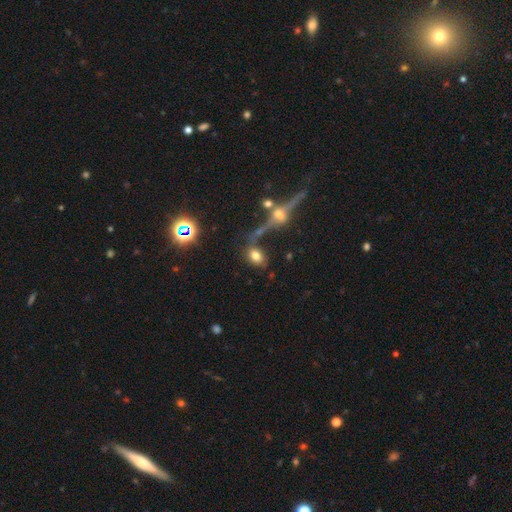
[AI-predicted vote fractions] This appears to be a smooth galaxy with no disk features (70%) that is in between round and cigar-shaped (80%). Merging: none (62%).